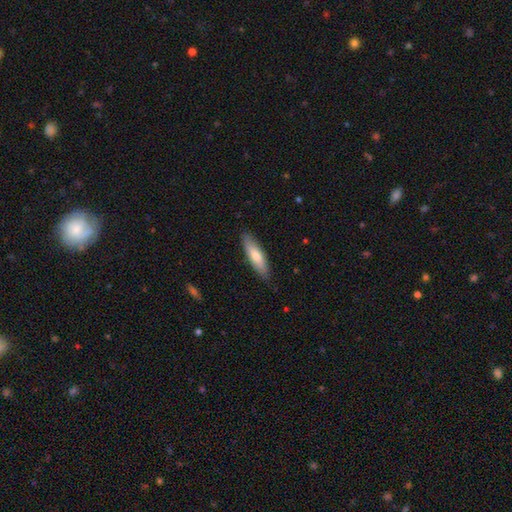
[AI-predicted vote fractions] Q: Smooth or featured?
A: smooth (72%); runner-up: featured or disk (23%)
Q: How rounded?
A: cigar-shaped (63%); runner-up: in between (36%)
Q: Merging?
A: none (87%); runner-up: minor disturbance (10%)